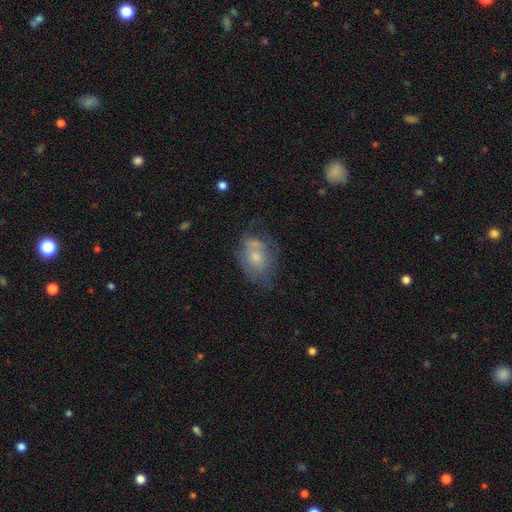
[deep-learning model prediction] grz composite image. It shows a smooth galaxy with no disk features (47%). Merging: none (40%).